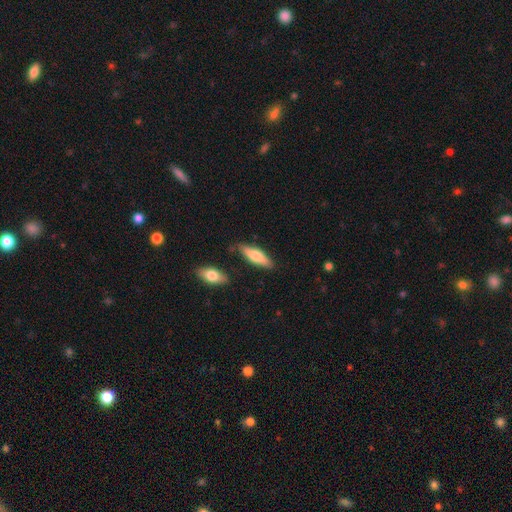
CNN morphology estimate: Overall: smooth (64%; featured or disk 30%). How rounded: cigar-shaped (56%; in between 42%). Merging: none (80%).